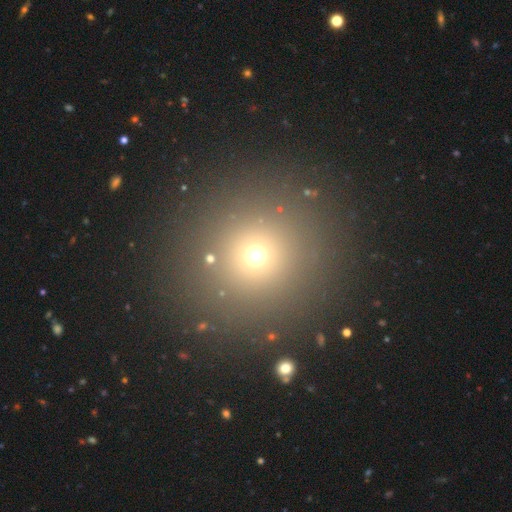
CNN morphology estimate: smooth-or-featured: smooth: 64% | star or artifact: 28% | featured or disk: 8%
  how-rounded: round: 94% | in between: 5% | cigar-shaped: 1%
  merging: none: 89% | minor disturbance: 5% | major disturbance: 3% | merger: 2%